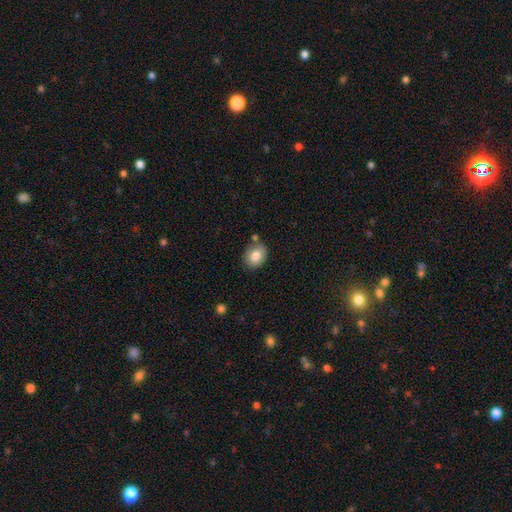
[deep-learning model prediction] Morphology: type=smooth (82%); roundness=in between (56%); merging=none (73%).